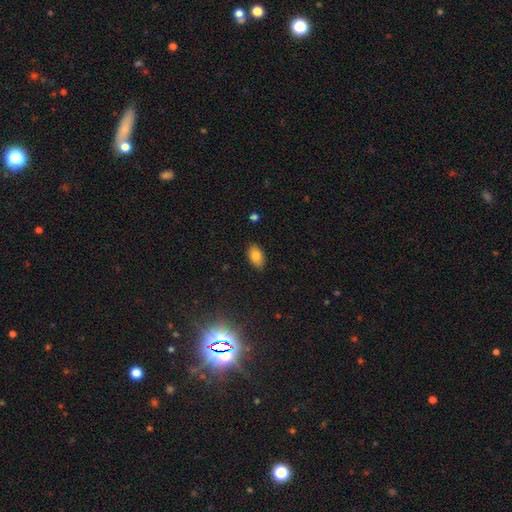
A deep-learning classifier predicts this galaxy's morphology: Q: Smooth or featured?
A: smooth (83%); runner-up: star or artifact (9%)
Q: How rounded?
A: in between (91%); runner-up: round (8%)
Q: Merging?
A: none (85%); runner-up: minor disturbance (11%)